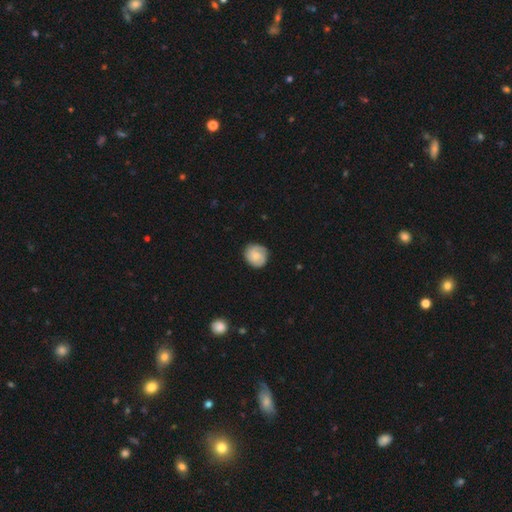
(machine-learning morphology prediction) Smooth or featured: smooth — 64% (featured or disk — 30%)
How rounded: round — 85% (in between — 14%)
Merging: none — 81% (minor disturbance — 15%)